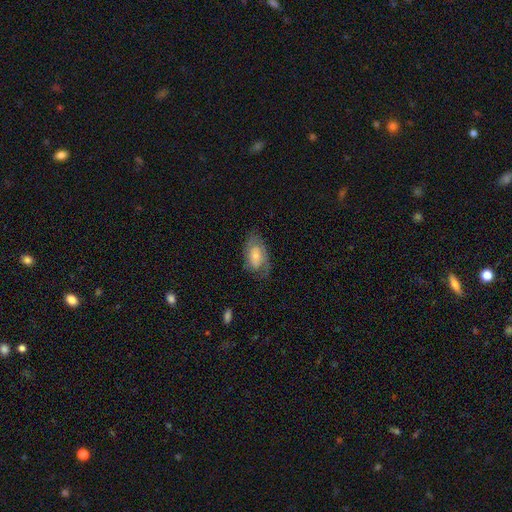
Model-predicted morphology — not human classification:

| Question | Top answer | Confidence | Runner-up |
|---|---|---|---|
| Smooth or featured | featured or disk | 50% | smooth (43%) |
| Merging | none | 58% | minor disturbance (25%) |